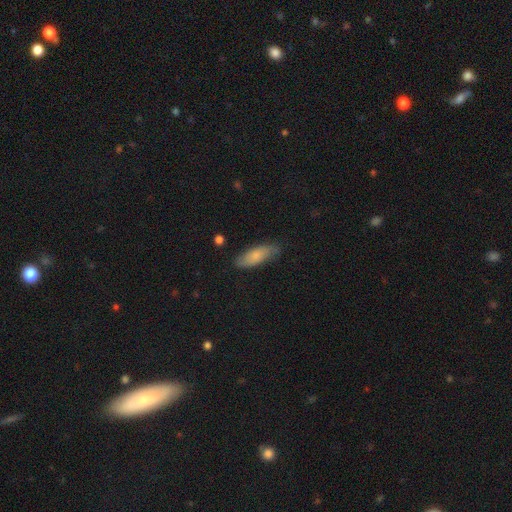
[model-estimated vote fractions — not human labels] smooth_or_featured: smooth (p=0.71) [alt: featured or disk p=0.23]
how_rounded: in between (p=0.68) [alt: cigar-shaped p=0.30]
merging: none (p=0.77) [alt: minor disturbance p=0.19]